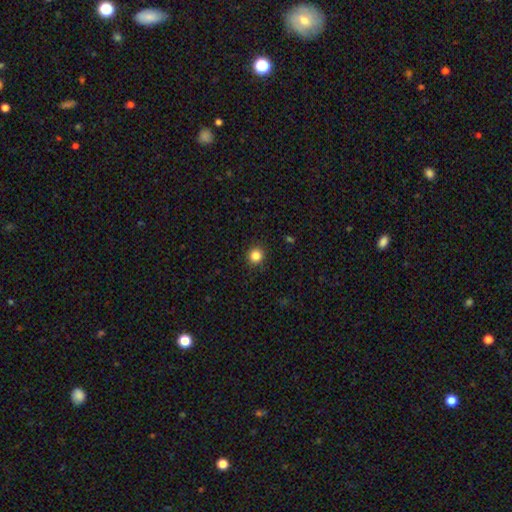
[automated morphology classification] Smooth or featured? smooth (84%)
How rounded? round (91%)
Merging? none (91%)